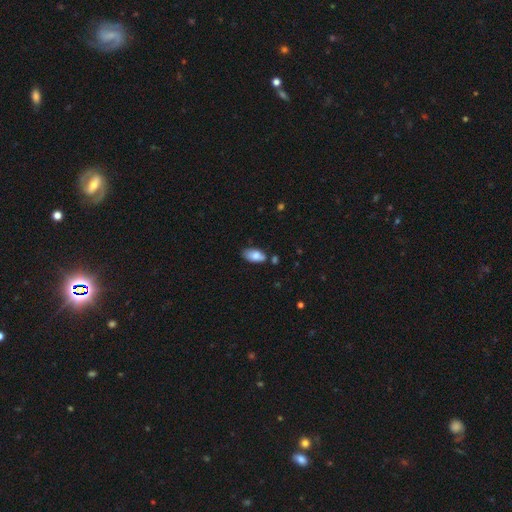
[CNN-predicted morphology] This appears to be a smooth galaxy with no disk features (81%) that is in between round and cigar-shaped (93%). Merging: none (65%).